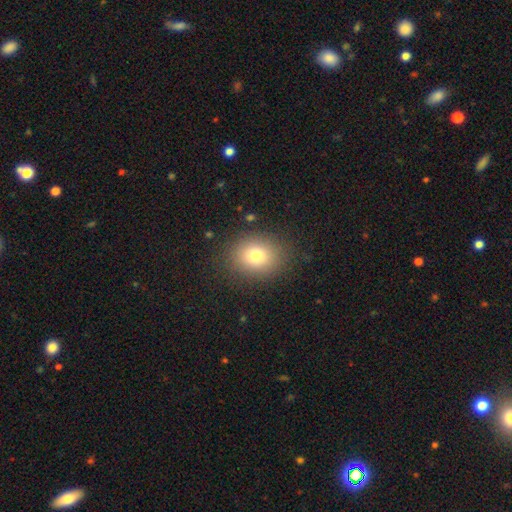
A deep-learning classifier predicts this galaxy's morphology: smooth_or_featured: smooth (p=0.78) [alt: star or artifact p=0.12]
how_rounded: round (p=0.56) [alt: in between p=0.43]
merging: none (p=0.85) [alt: minor disturbance p=0.09]